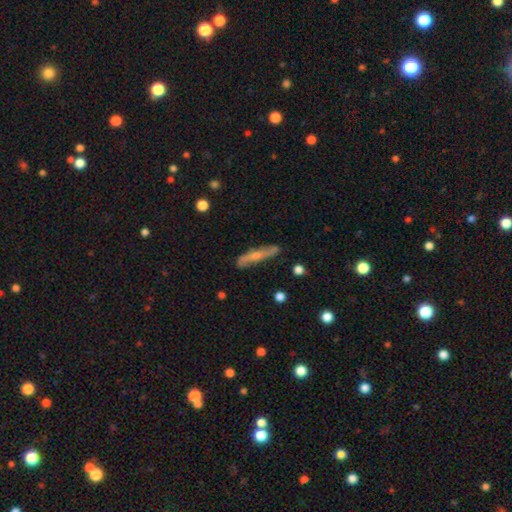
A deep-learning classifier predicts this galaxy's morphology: type=featured or disk (49%); merging=none (75%).